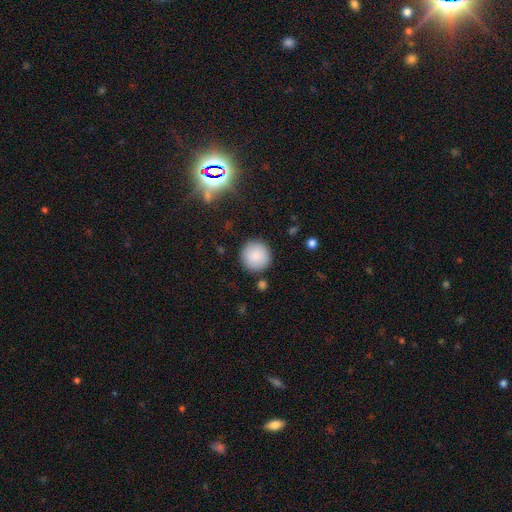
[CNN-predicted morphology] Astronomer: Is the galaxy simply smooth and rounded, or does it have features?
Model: smooth — 87%.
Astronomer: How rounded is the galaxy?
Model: round — 96%.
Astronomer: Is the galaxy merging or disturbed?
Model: none — 89%.